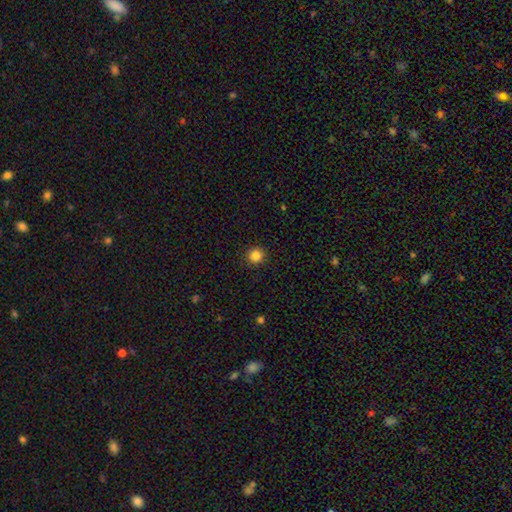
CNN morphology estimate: smooth 85%, star or artifact 11%, featured or disk 4%. Down the decision tree: how rounded — round (92%); merging — none (92%).